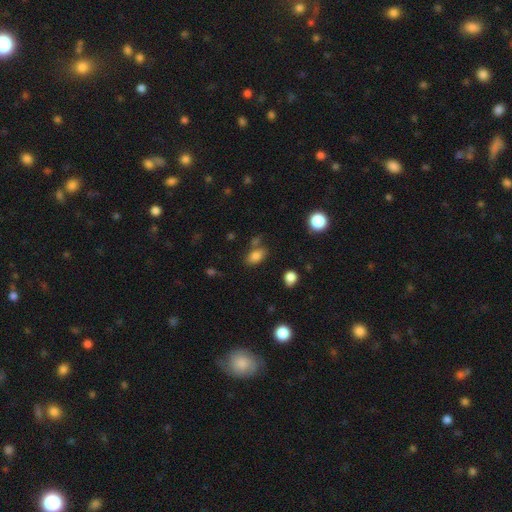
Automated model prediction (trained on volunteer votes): A smooth galaxy with no disk features (80%) that is in between round and cigar-shaped (88%).

Vote fractions:
- Smooth or featured? smooth: 80% / star or artifact: 11% / featured or disk: 8%
- How rounded? in between: 88% / round: 9% / cigar-shaped: 3%
- Merging? none: 67% / minor disturbance: 15% / merger: 13% / major disturbance: 5%